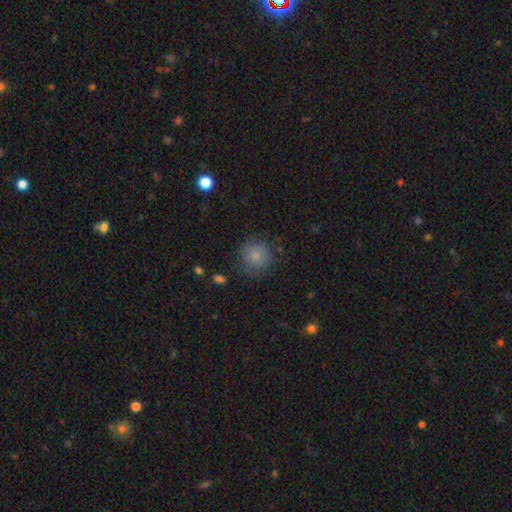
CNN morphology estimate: Smooth or featured? smooth (81%)
How rounded? round (89%)
Merging? none (74%)